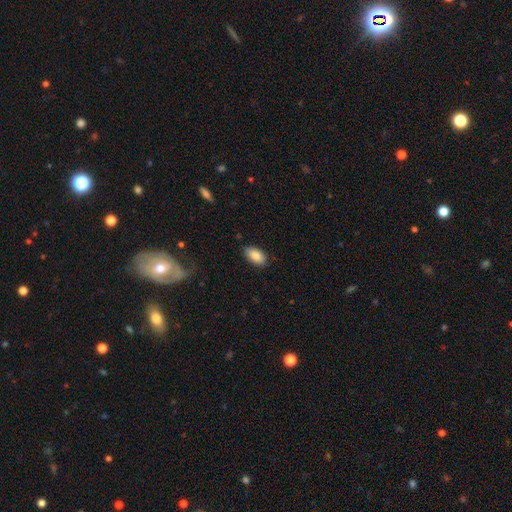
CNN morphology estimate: A smooth galaxy with no disk features (87%) that is in between round and cigar-shaped (93%). Merging: none (83%).